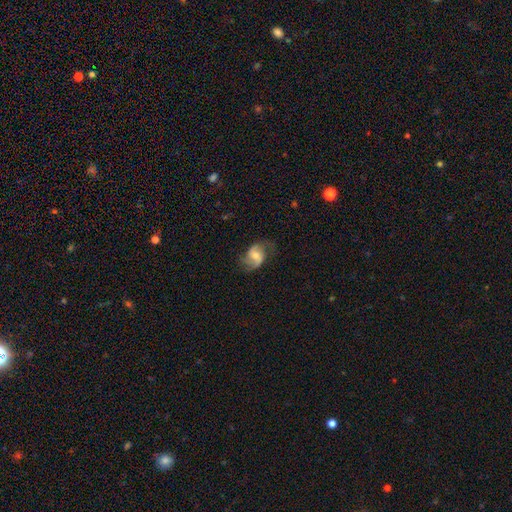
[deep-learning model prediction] Smooth or featured? Predicted: featured or disk (p=0.72). Edge-on disk? Predicted: no (p=0.97). Bar? Predicted: weak (p=0.43). Spiral arms? Predicted: yes (p=0.93). Spiral winding? Predicted: loose (p=0.50). Spiral arm count? Predicted: 2 (p=0.87). Bulge size? Predicted: moderate (p=0.52). Merging? Predicted: none (p=0.67).